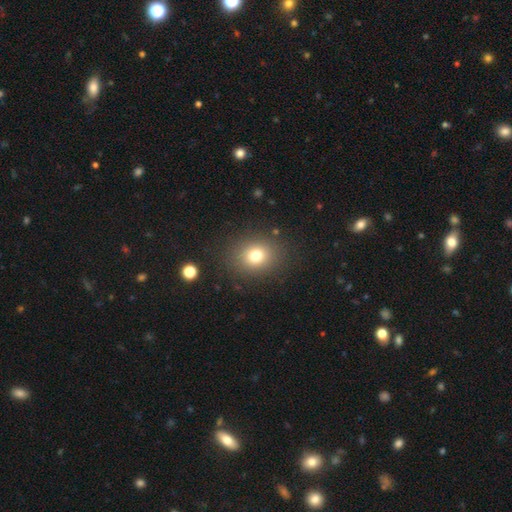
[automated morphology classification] type=smooth (76%); roundness=round (68%); merging=none (86%).